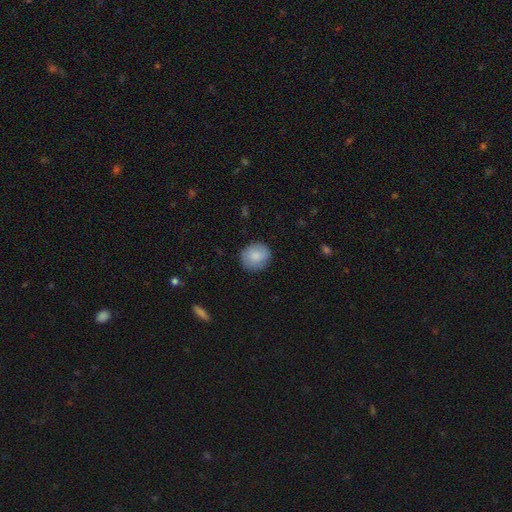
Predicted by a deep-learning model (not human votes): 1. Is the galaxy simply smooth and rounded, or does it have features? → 83% smooth, 11% featured or disk, 7% star or artifact.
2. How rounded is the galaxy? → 85% round, 14% in between, 1% cigar-shaped.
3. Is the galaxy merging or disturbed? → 84% none, 12% minor disturbance, 3% major disturbance, 1% merger.